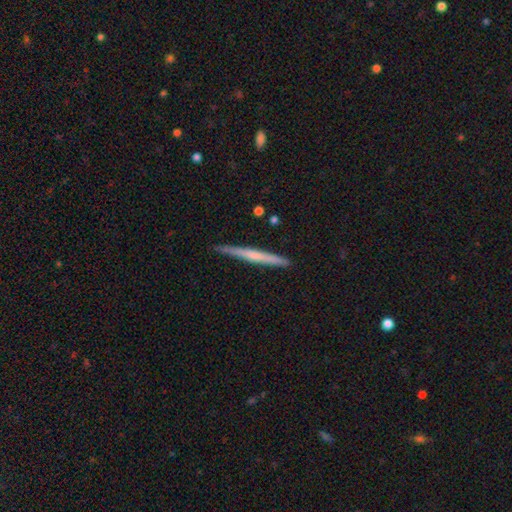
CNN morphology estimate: featured or disk 49%, smooth 45%, star or artifact 6%. Down the decision tree: merging — none (89%).